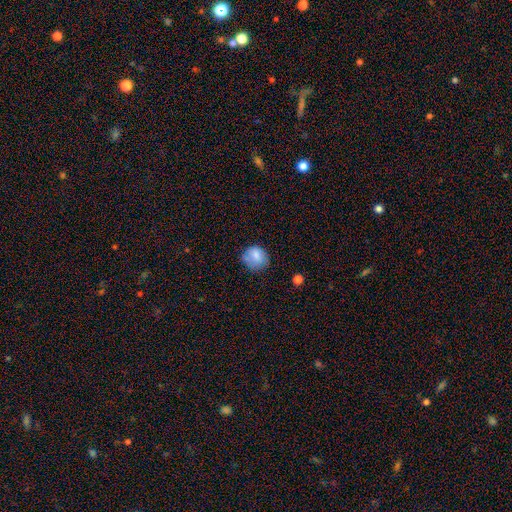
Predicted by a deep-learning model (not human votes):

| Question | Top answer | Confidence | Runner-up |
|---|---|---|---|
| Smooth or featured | smooth | 78% | featured or disk (13%) |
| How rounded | round | 76% | in between (23%) |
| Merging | none | 64% | minor disturbance (24%) |